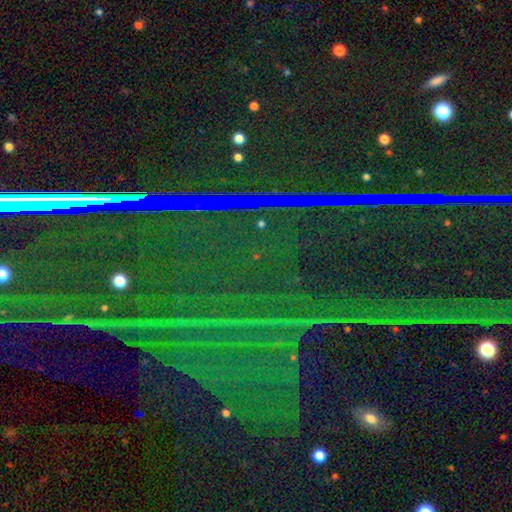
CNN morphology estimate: This appears to be a star or artifact, not a galaxy (84%).